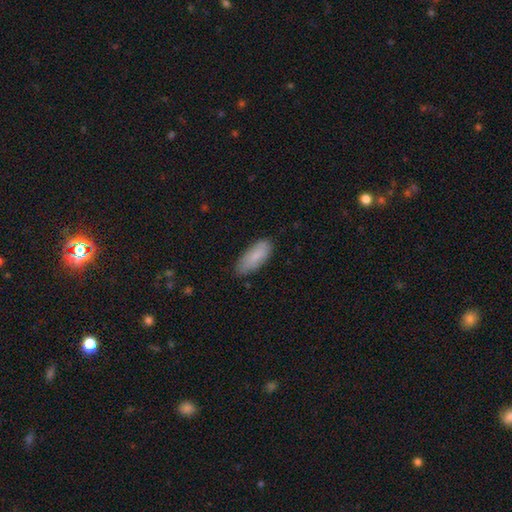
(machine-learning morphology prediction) A smooth galaxy with no disk features (83%) that is in between round and cigar-shaped (80%). Merging: none (77%).